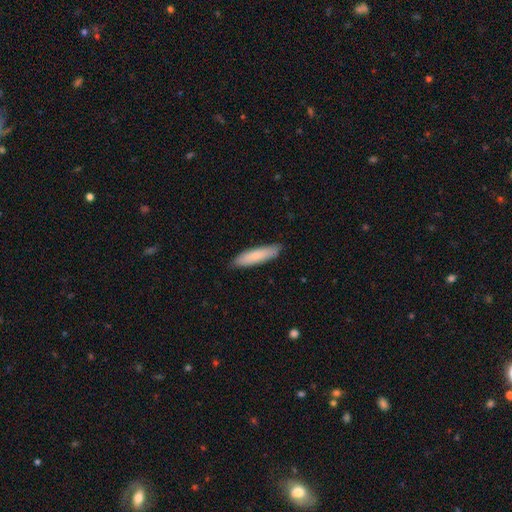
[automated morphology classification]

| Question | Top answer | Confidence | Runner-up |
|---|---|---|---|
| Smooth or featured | smooth | 82% | featured or disk (12%) |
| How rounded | cigar-shaped | 75% | in between (24%) |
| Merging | none | 86% | minor disturbance (11%) |